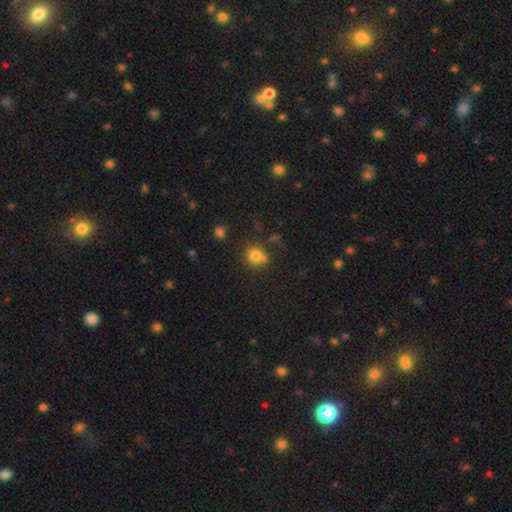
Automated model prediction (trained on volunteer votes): smooth 78%, star or artifact 14%, featured or disk 8%. Down the decision tree: how rounded — round (82%); merging — none (67%).